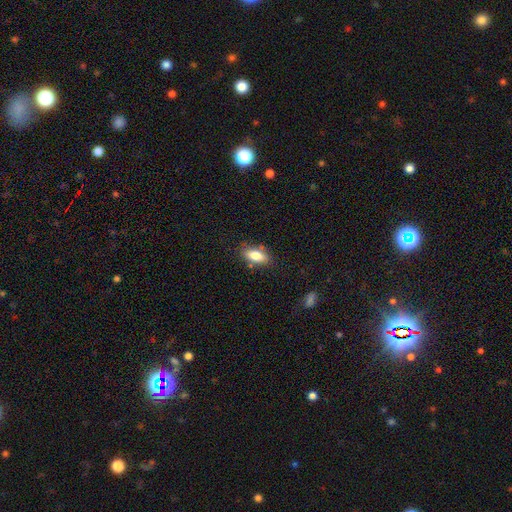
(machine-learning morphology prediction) smooth-or-featured: smooth: 80% | featured or disk: 12% | star or artifact: 7%
  how-rounded: in between: 83% | cigar-shaped: 13% | round: 4%
  merging: none: 79% | minor disturbance: 15% | merger: 4% | major disturbance: 3%